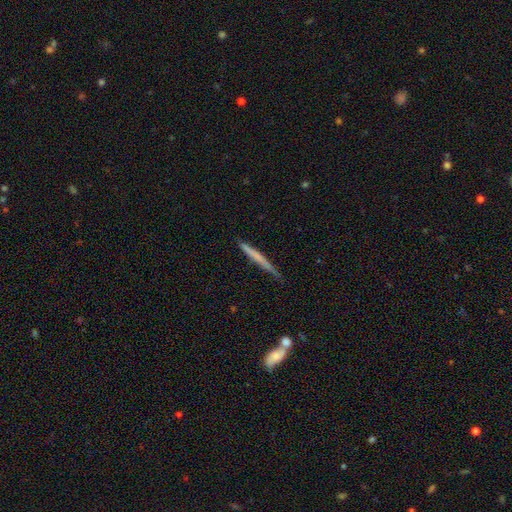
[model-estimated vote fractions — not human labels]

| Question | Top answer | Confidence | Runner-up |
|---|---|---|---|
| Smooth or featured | smooth | 55% | featured or disk (39%) |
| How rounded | cigar-shaped | 96% | in between (2%) |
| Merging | none | 75% | minor disturbance (18%) |